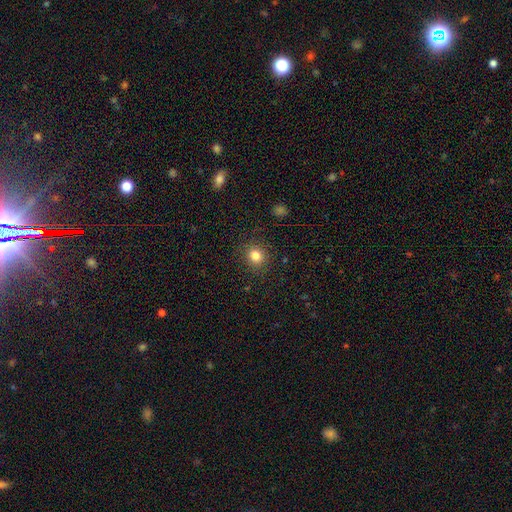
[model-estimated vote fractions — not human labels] A smooth galaxy with no disk features (82%) that is round (86%). Merging: none (89%).